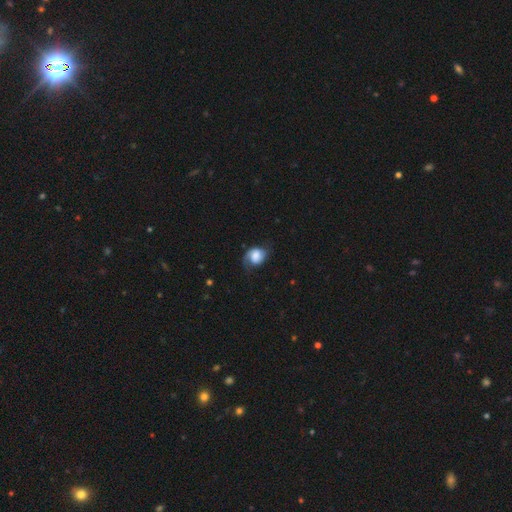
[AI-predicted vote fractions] Smooth or featured? smooth (48%)
Merging? none (49%)